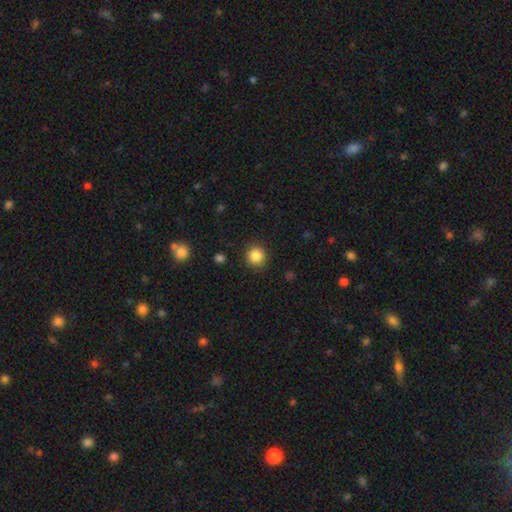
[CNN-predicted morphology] A smooth galaxy with no disk features (86%) that is round (92%). Merging: none (90%).